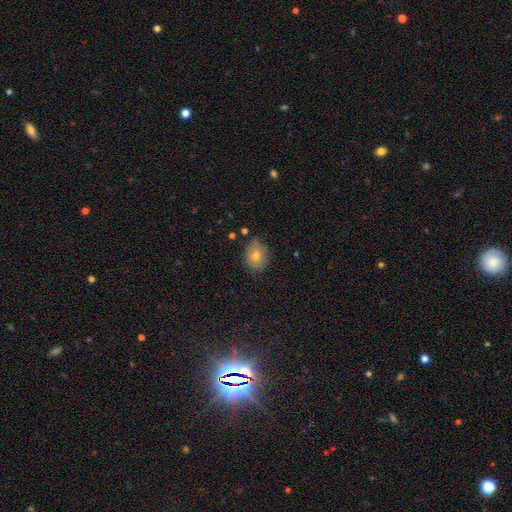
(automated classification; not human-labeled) Overall: smooth (70%). How rounded: round (58%; in between 41%). Merging: none (78%).